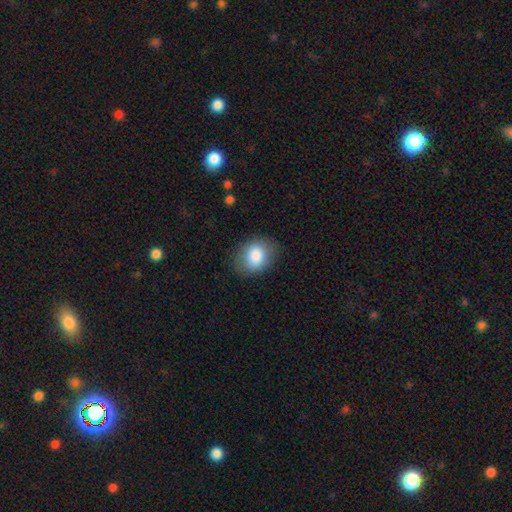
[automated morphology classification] Q: Smooth or featured?
A: smooth (85%); runner-up: star or artifact (8%)
Q: How rounded?
A: in between (56%); runner-up: round (43%)
Q: Merging?
A: none (81%); runner-up: minor disturbance (14%)